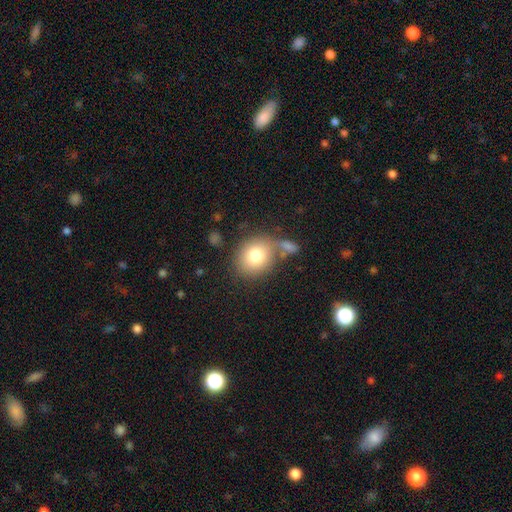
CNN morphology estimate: A smooth galaxy with no disk features (79%) that is round (69%).

Vote fractions:
- Smooth or featured? smooth: 79% / featured or disk: 13% / star or artifact: 9%
- How rounded? round: 69% / in between: 30% / cigar-shaped: 1%
- Merging? none: 63% / minor disturbance: 15% / merger: 15% / major disturbance: 7%